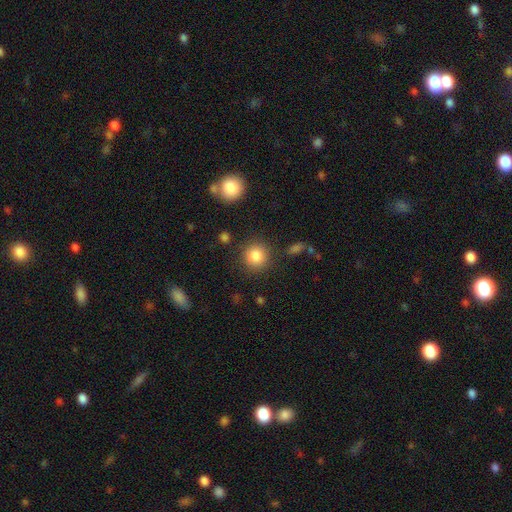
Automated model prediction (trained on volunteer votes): smooth-or-featured: smooth: 85% | star or artifact: 10% | featured or disk: 6%
  how-rounded: round: 90% | in between: 9% | cigar-shaped: 1%
  merging: none: 84% | minor disturbance: 9% | major disturbance: 4% | merger: 3%